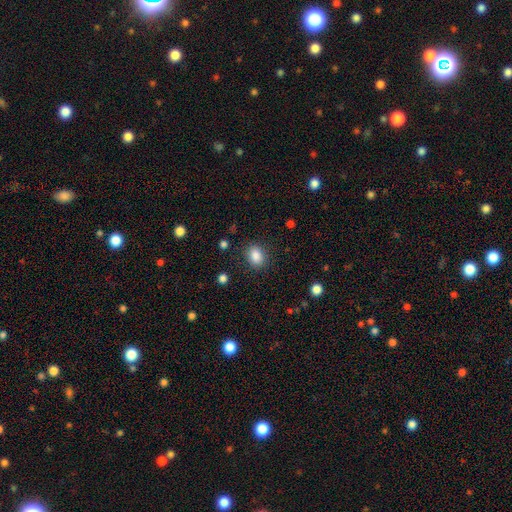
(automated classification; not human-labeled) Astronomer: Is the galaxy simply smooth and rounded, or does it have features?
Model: smooth — 86%.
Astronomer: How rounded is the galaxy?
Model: in between — 60% (runner-up: round, 39%).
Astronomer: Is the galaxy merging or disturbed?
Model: none — 85%.